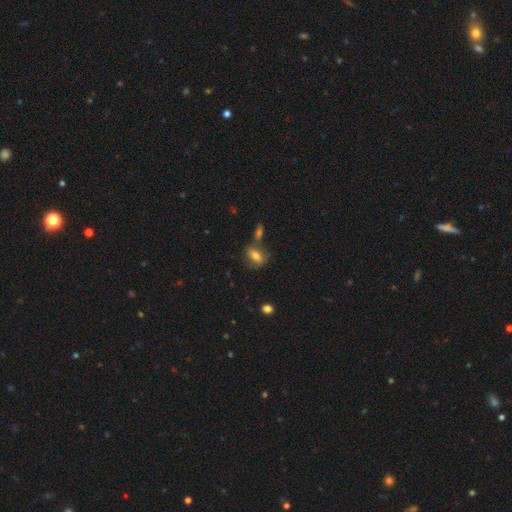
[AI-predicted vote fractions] Morphology: type=smooth (68%); roundness=in between (73%); merging=none (60%).